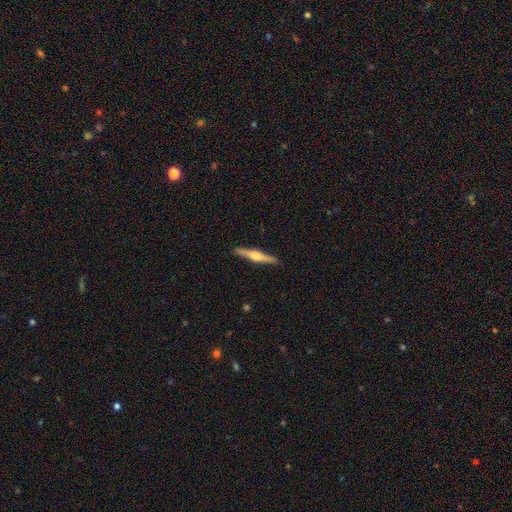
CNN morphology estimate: This is likely a featured or disk galaxy (68%). It is clearly viewed edge-on (98%). Edge-on bulge: clearly rounded (85%). Merging: clearly none (91%).